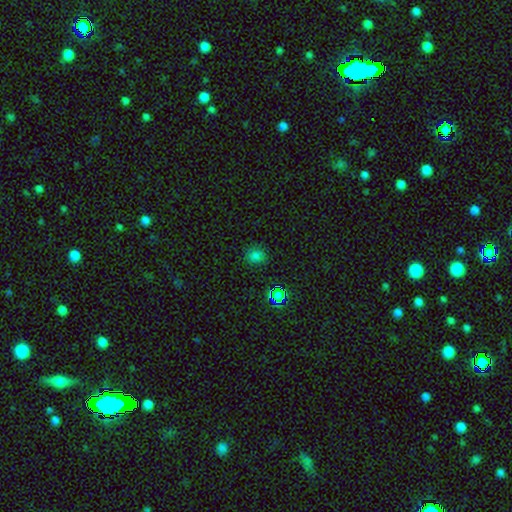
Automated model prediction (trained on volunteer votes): Smooth or featured: smooth — 74% (star or artifact — 20%)
How rounded: round — 76% (in between — 23%)
Merging: none — 86% (minor disturbance — 10%)